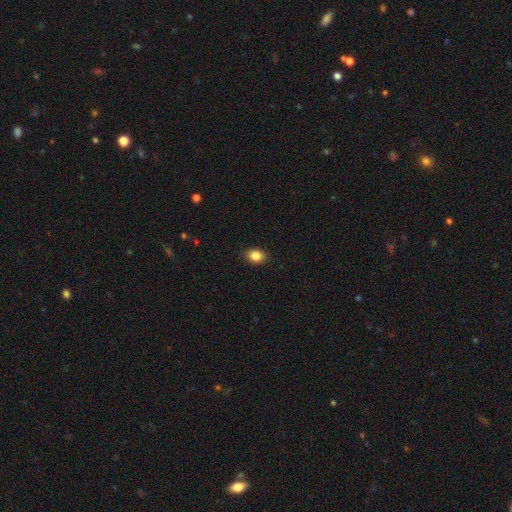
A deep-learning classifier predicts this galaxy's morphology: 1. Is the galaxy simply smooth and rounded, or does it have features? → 86% smooth, 9% star or artifact, 5% featured or disk.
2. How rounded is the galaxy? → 69% in between, 30% round, 1% cigar-shaped.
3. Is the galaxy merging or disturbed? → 89% none, 8% minor disturbance, 2% major disturbance, 1% merger.